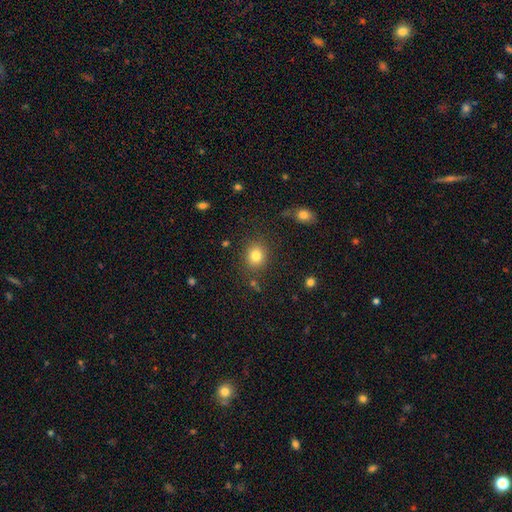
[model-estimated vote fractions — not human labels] Smooth or featured: smooth — 82% (star or artifact — 12%)
How rounded: round — 72% (in between — 27%)
Merging: none — 84% (minor disturbance — 9%)